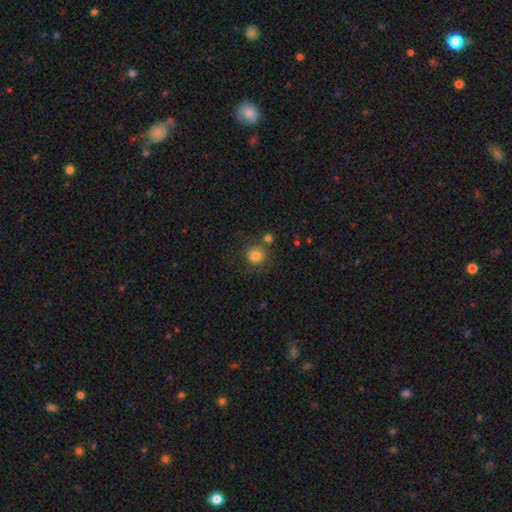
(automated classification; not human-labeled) Morphology: type=smooth (81%); roundness=round (92%); merging=none (77%).